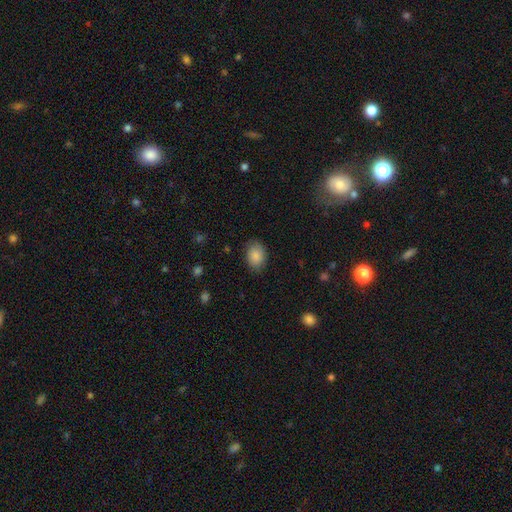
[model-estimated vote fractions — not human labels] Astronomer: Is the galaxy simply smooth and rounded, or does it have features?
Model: smooth — 86%.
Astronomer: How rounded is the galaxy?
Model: in between — 73%.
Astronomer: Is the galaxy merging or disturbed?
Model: none — 79%.